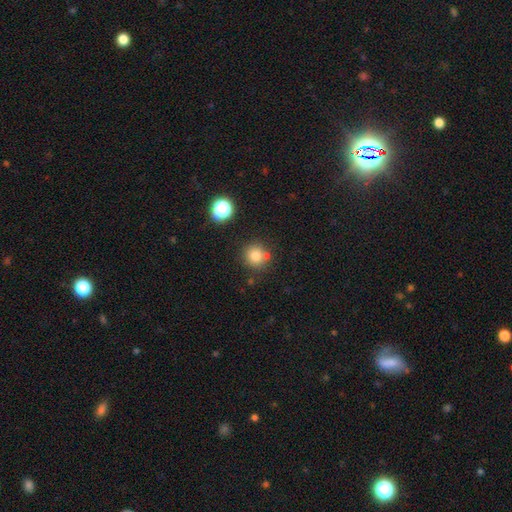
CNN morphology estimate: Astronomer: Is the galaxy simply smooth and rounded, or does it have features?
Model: smooth — 79%.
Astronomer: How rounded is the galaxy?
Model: round — 92%.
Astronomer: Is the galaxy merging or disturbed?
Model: none — 74%.